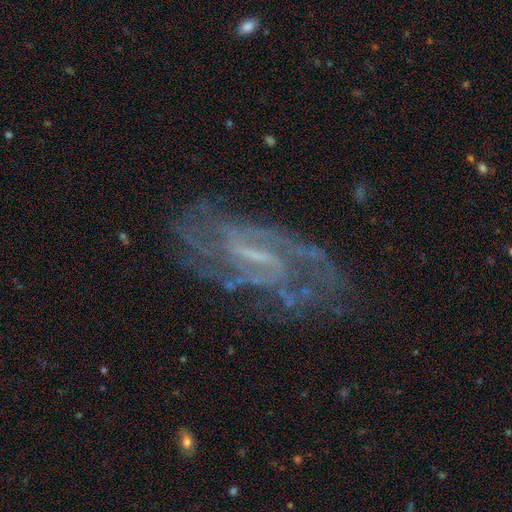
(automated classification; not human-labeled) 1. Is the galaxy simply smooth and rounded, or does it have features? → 85% featured or disk, 8% star or artifact, 7% smooth.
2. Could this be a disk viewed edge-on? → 94% no, 6% yes.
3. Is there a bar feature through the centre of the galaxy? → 51% weak, 30% strong, 19% no.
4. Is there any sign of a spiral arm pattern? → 94% yes, 6% no.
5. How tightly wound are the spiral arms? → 46% medium, 37% tight, 17% loose.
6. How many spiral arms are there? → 42% 2, 26% can't tell, 14% 3, 7% 4, 5% 1, 5% more than 4.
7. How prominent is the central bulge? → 47% small, 35% none, 16% moderate, 2% large, 1% dominant.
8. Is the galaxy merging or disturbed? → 70% none, 17% minor disturbance, 11% major disturbance, 2% merger.